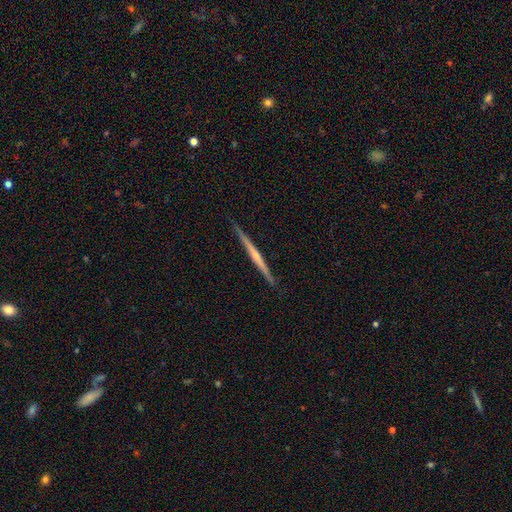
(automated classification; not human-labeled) smooth_or_featured: featured or disk (p=0.68) [alt: smooth p=0.26]
disk_edge_on: yes (p=0.98) [alt: no p=0.02]
edge_on_bulge: none (p=0.54) [alt: rounded p=0.38]
merging: none (p=0.91) [alt: minor disturbance p=0.06]